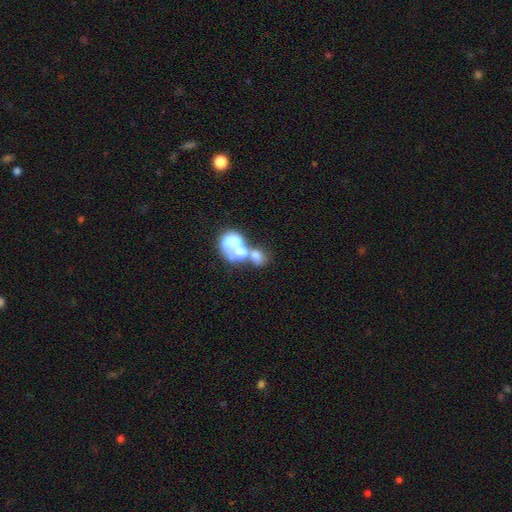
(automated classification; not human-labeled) A smooth galaxy with no disk features (53%) that is in between round and cigar-shaped (58%). Merging: merger (75%).